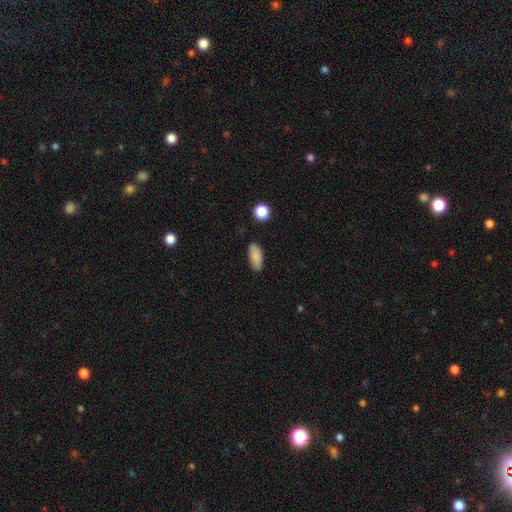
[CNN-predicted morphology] A smooth galaxy with no disk features (86%) that is in between round and cigar-shaped (85%). Merging: none (83%).